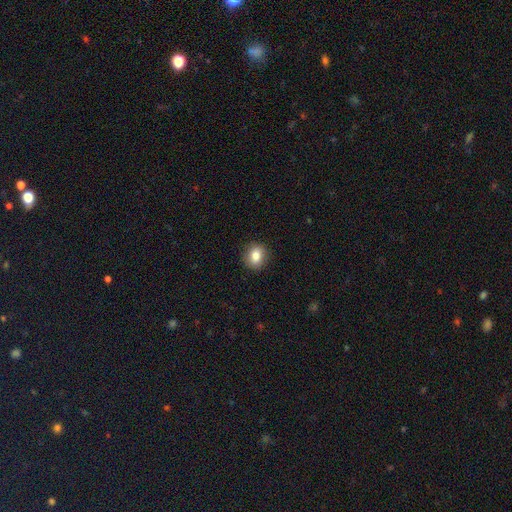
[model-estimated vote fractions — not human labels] Smooth or featured? smooth (82%)
How rounded? round (72%)
Merging? none (89%)